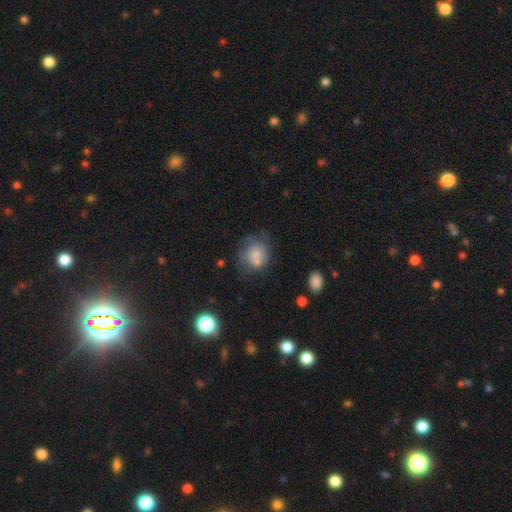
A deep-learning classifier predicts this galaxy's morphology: This is likely a smooth galaxy (70%). How rounded: likely round (70%). Merging: possibly none (46%).